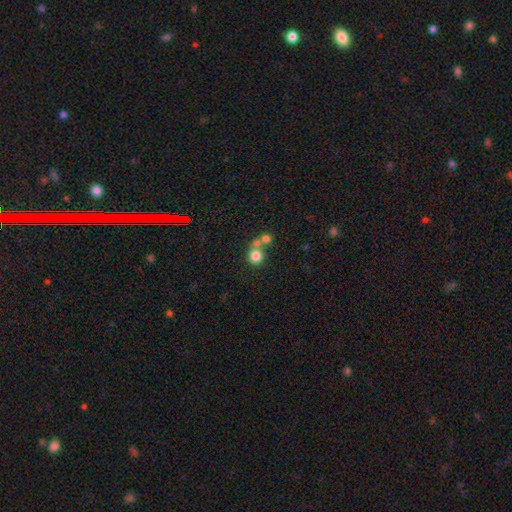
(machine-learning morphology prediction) This is likely a smooth galaxy (79%). How rounded: clearly round (89%). Merging: possibly none (51%).